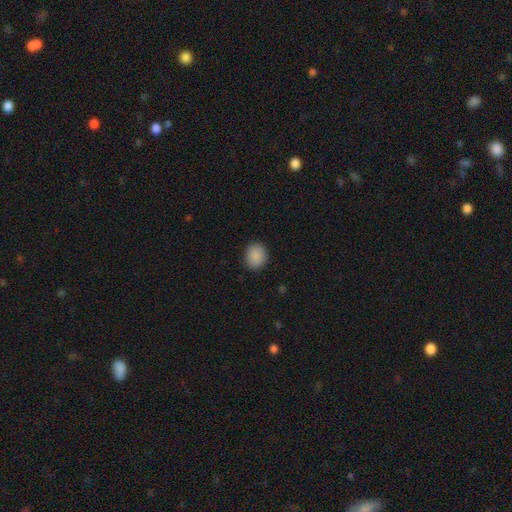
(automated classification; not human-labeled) This is clearly a smooth galaxy (89%). How rounded: likely round (62%). Merging: clearly none (89%).